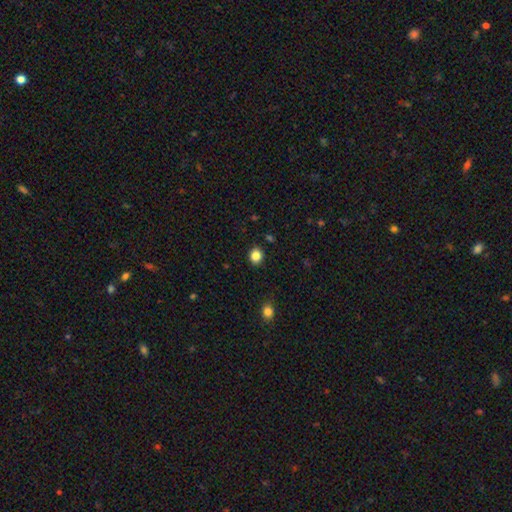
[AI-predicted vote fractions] smooth_or_featured: smooth (p=0.85) [alt: star or artifact p=0.11]
how_rounded: round (p=0.68) [alt: in between p=0.31]
merging: none (p=0.89) [alt: minor disturbance p=0.07]